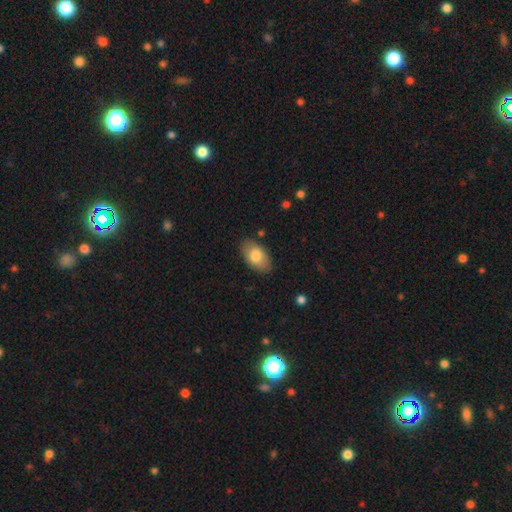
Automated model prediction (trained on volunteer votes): The model was most divided on "smooth or featured": smooth: 77%, featured or disk: 16%, star or artifact: 6%. More confident: how rounded — in between (93%); merging — none (84%).